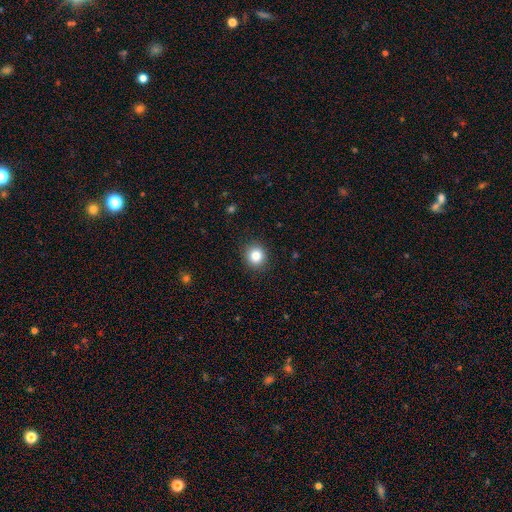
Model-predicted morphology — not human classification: The model was most divided on "smooth or featured": smooth: 84%, star or artifact: 10%, featured or disk: 6%. More confident: merging — none (90%); how rounded — round (87%).